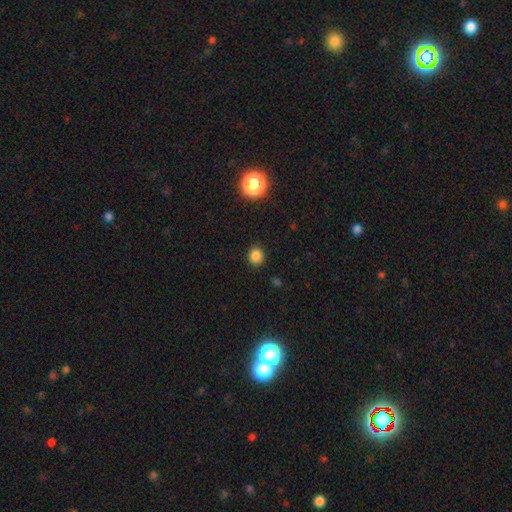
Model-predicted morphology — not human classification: Q: Smooth or featured?
A: smooth (84%); runner-up: star or artifact (13%)
Q: How rounded?
A: round (81%); runner-up: in between (18%)
Q: Merging?
A: none (89%); runner-up: minor disturbance (8%)